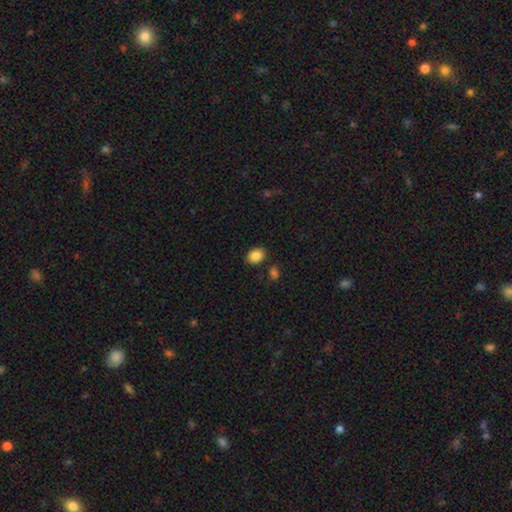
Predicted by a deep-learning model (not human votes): smooth-or-featured: smooth: 86% | star or artifact: 8% | featured or disk: 6%
  how-rounded: in between: 71% | round: 28% | cigar-shaped: 1%
  merging: none: 84% | minor disturbance: 10% | merger: 4% | major disturbance: 2%